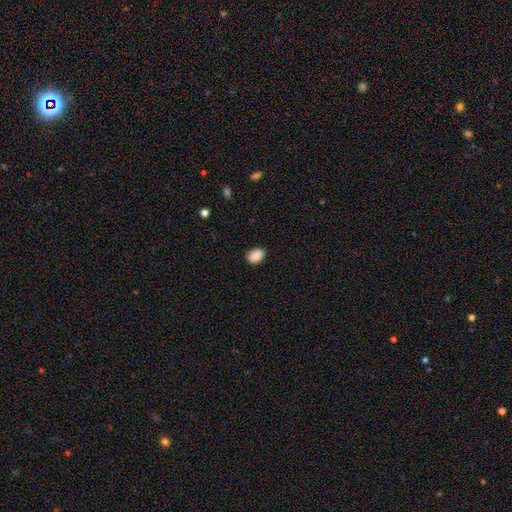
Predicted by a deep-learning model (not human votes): Q: Smooth or featured?
A: smooth (90%); runner-up: star or artifact (8%)
Q: How rounded?
A: in between (82%); runner-up: round (17%)
Q: Merging?
A: none (89%); runner-up: minor disturbance (8%)